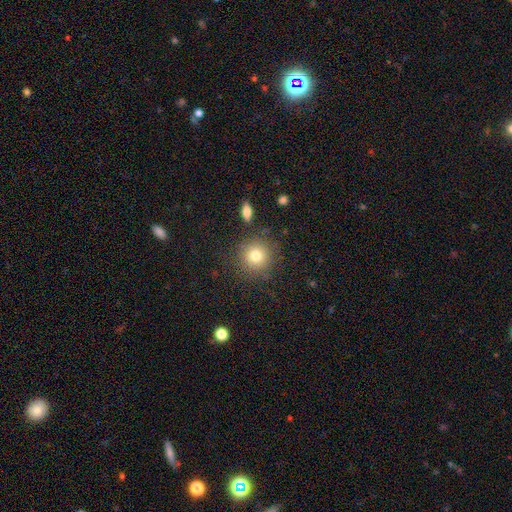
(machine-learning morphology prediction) type=smooth (78%); roundness=round (92%); merging=none (84%).